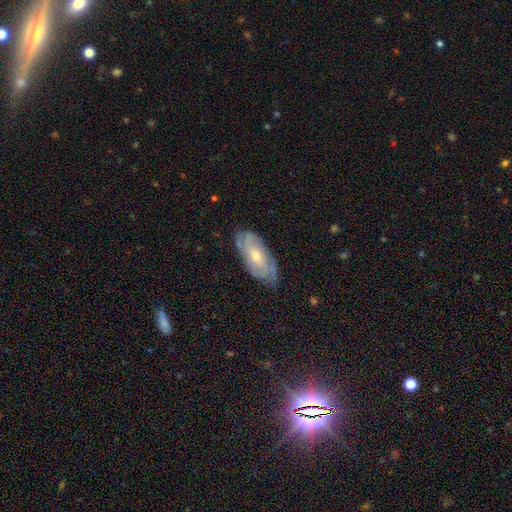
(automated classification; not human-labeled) Q: Smooth or featured?
A: featured or disk (74%); runner-up: smooth (19%)
Q: Edge-on disk?
A: no (91%); runner-up: yes (9%)
Q: Bar?
A: no (57%); runner-up: weak (35%)
Q: Spiral arms?
A: yes (91%); runner-up: no (9%)
Q: Spiral winding?
A: tight (64%); runner-up: medium (28%)
Q: Spiral arm count?
A: can't tell (42%); runner-up: 2 (26%)
Q: Bulge size?
A: moderate (53%); runner-up: small (42%)
Q: Merging?
A: none (78%); runner-up: minor disturbance (17%)